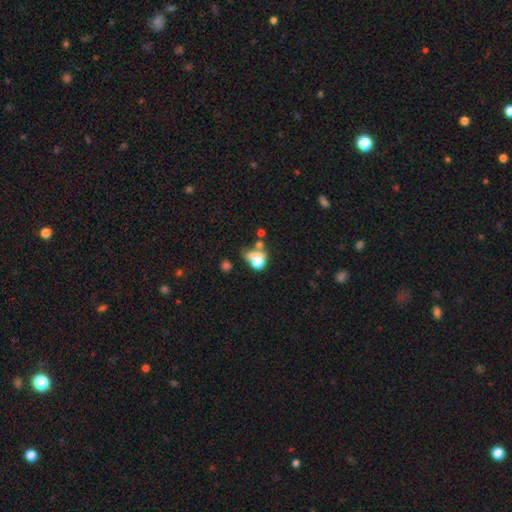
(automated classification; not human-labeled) Overall: smooth (64%). How rounded: round (53%; in between 45%). Merging: merger (36%; none 25%).